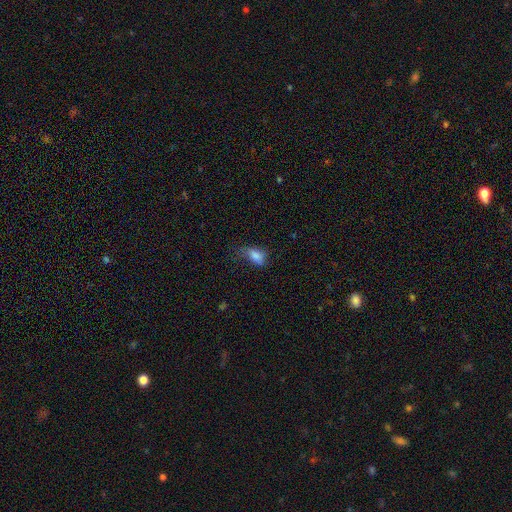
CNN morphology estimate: The model was most divided on "merging": none: 37%, minor disturbance: 34%, major disturbance: 27%, merger: 2%. More confident: how rounded — in between (87%); smooth or featured — smooth (80%).